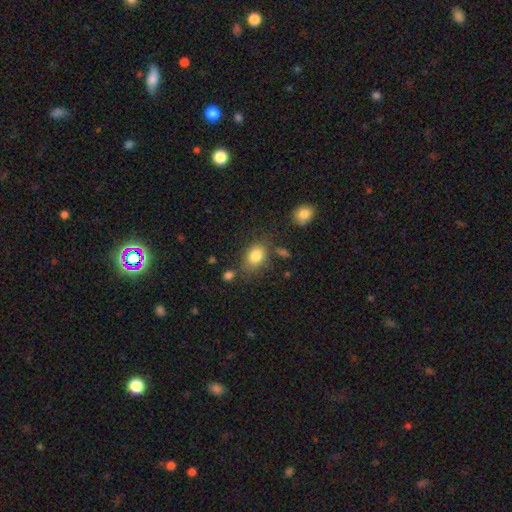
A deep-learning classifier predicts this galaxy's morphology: smooth 83%, star or artifact 9%, featured or disk 8%. Down the decision tree: how rounded — in between (71%); merging — none (68%).